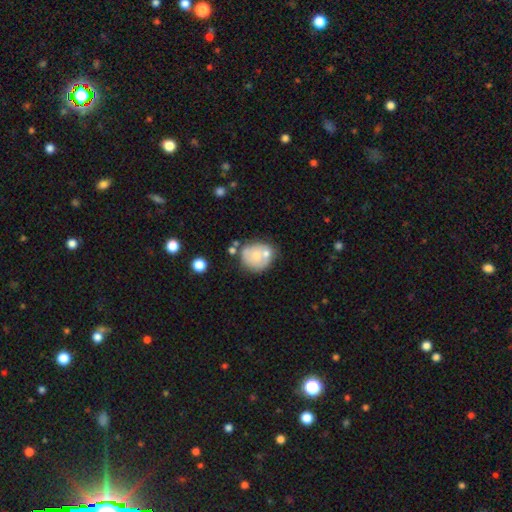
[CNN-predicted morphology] Smooth or featured? Predicted: smooth (p=0.54). How rounded? Predicted: round (p=0.75). Merging? Predicted: none (p=0.42).